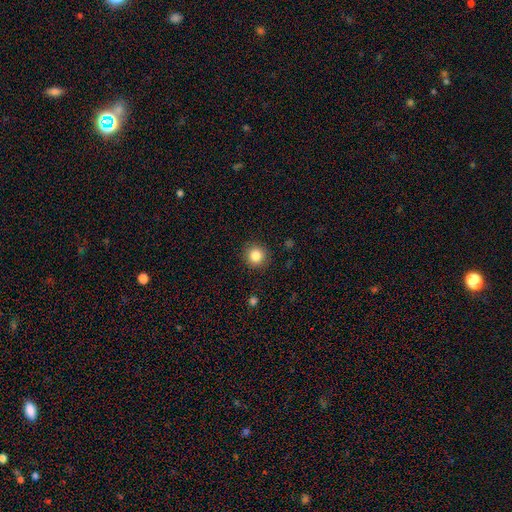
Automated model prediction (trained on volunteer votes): The model was most divided on "smooth or featured": smooth: 85%, star or artifact: 10%, featured or disk: 5%. More confident: how rounded — round (93%); merging — none (91%).